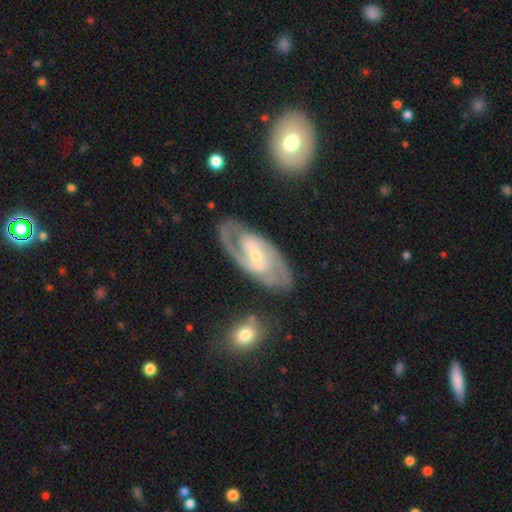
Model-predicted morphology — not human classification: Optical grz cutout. It shows a featured or disk galaxy (89%) with a strong bar (49%), 2 (83%) medium (51%) spiral arms (96%) and a small central bulge (66%). Merging: none (77%).